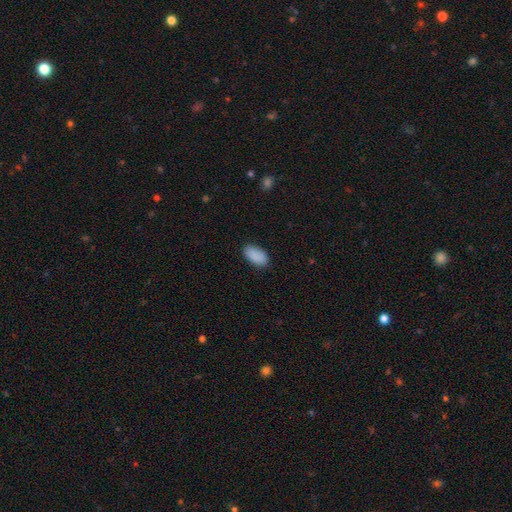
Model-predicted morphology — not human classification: A smooth galaxy with no disk features (90%) that is in between round and cigar-shaped (94%).

Vote fractions:
- Smooth or featured? smooth: 90% / star or artifact: 7% / featured or disk: 3%
- How rounded? in between: 94% / round: 3% / cigar-shaped: 2%
- Merging? none: 86% / minor disturbance: 11% / major disturbance: 2% / merger: 1%